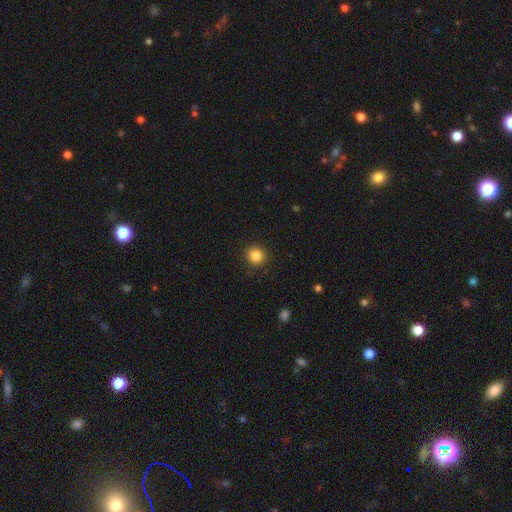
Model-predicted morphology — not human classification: smooth_or_featured: smooth (p=0.85) [alt: star or artifact p=0.11]
how_rounded: round (p=0.92) [alt: in between p=0.07]
merging: none (p=0.91) [alt: minor disturbance p=0.06]